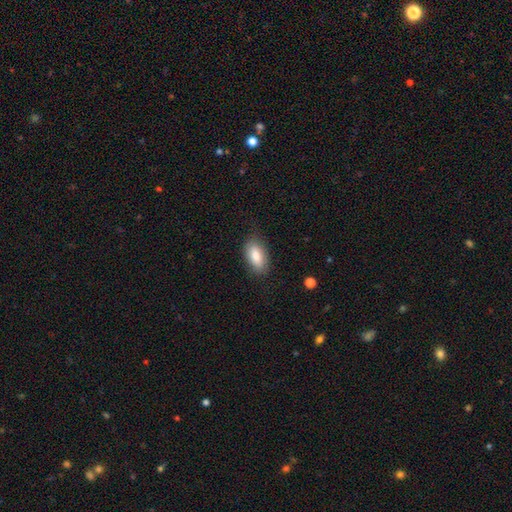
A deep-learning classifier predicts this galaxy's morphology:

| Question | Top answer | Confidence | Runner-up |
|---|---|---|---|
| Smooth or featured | smooth | 83% | featured or disk (10%) |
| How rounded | in between | 90% | cigar-shaped (7%) |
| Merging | none | 79% | minor disturbance (16%) |